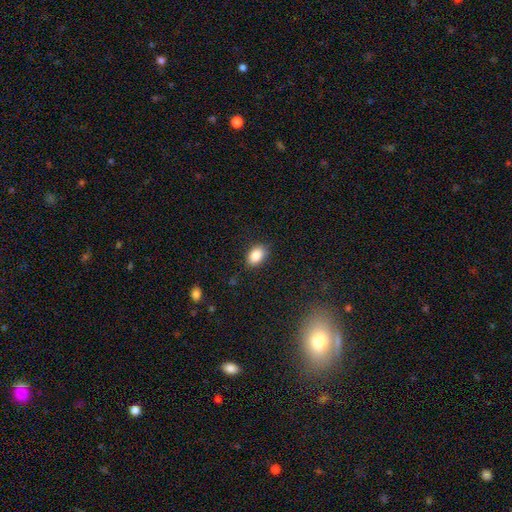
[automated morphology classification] Q: Smooth or featured?
A: smooth (86%); runner-up: star or artifact (8%)
Q: How rounded?
A: in between (85%); runner-up: round (13%)
Q: Merging?
A: none (87%); runner-up: minor disturbance (10%)